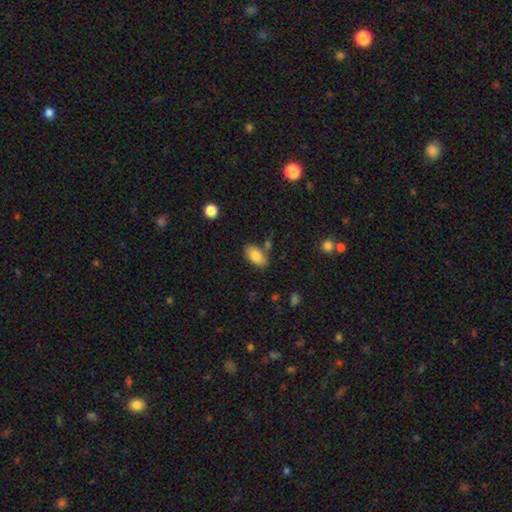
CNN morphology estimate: The model was most divided on "merging": none: 74%, minor disturbance: 15%, merger: 8%, major disturbance: 4%. More confident: how rounded — in between (93%); smooth or featured — smooth (82%).